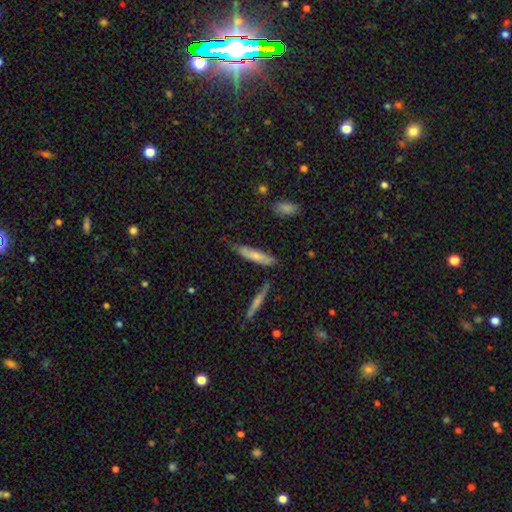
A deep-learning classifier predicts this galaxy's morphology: Smooth or featured? smooth (67%)
How rounded? cigar-shaped (77%)
Merging? none (63%)